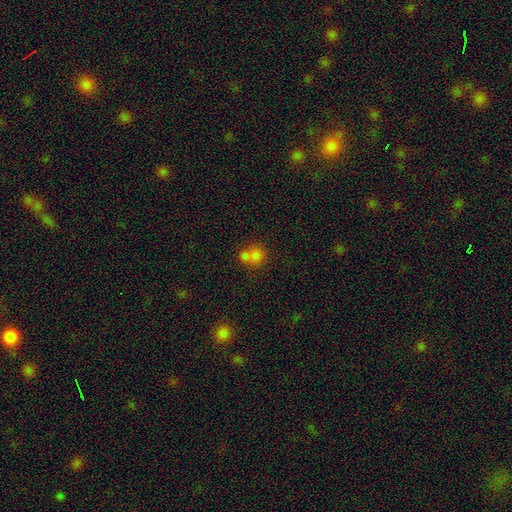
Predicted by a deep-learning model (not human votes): Smooth or featured? smooth (76%)
How rounded? round (75%)
Merging? merger (54%)